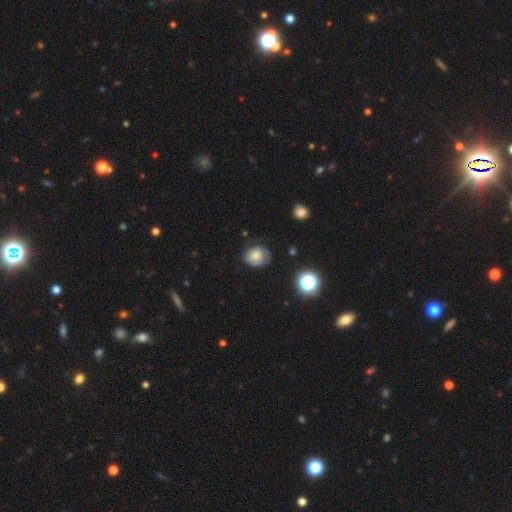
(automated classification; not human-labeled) This is likely a smooth galaxy (66%). How rounded: possibly round (58%). Merging: possibly none (58%).